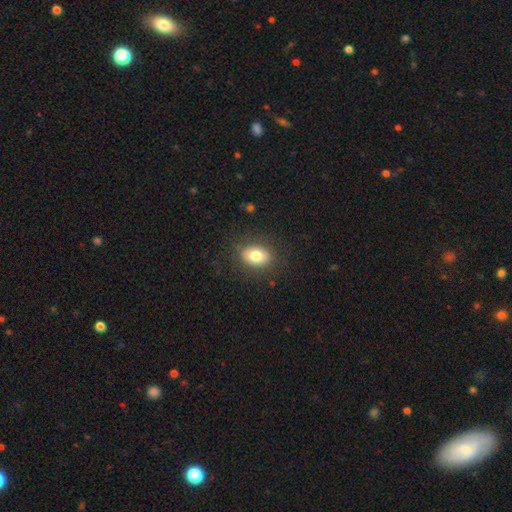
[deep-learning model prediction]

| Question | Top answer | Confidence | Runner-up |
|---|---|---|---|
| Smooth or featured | smooth | 79% | featured or disk (13%) |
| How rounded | in between | 74% | round (25%) |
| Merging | none | 84% | minor disturbance (11%) |